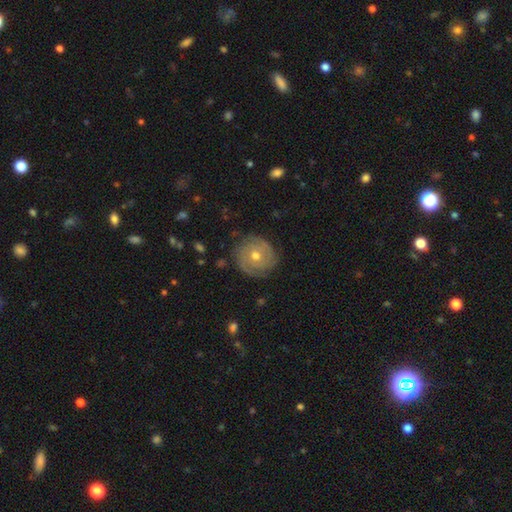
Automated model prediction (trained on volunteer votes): Smooth or featured: featured or disk — 77% (smooth — 16%)
Edge-on disk: no — 97% (yes — 3%)
Bar: no — 78% (weak — 18%)
Spiral arms: yes — 91% (no — 9%)
Spiral winding: tight — 76% (medium — 19%)
Spiral arm count: 2 — 44% (can't tell — 24%)
Bulge size: moderate — 68% (small — 28%)
Merging: none — 84% (minor disturbance — 11%)